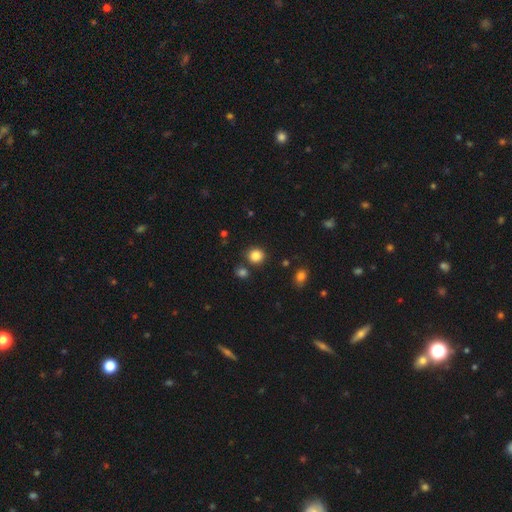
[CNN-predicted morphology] This is clearly a smooth galaxy (84%). How rounded: clearly round (87%). Merging: clearly none (83%).